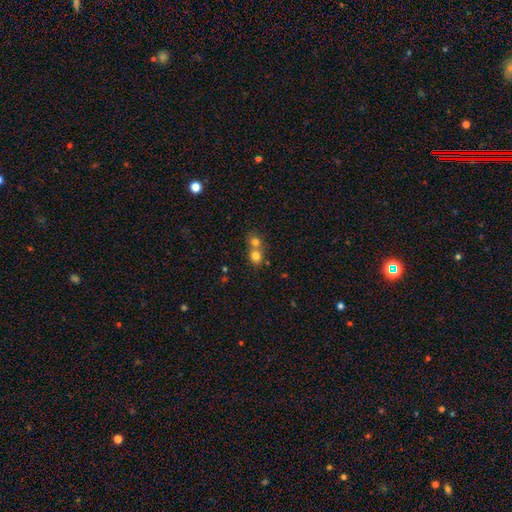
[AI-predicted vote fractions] smooth_or_featured: smooth (p=0.78) [alt: star or artifact p=0.12]
how_rounded: round (p=0.77) [alt: in between p=0.22]
merging: merger (p=0.56) [alt: none p=0.36]